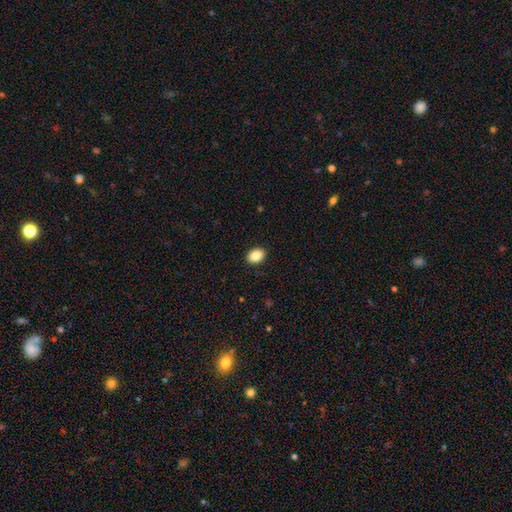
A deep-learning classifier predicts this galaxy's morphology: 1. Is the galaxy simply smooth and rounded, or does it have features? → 88% smooth, 8% star or artifact, 4% featured or disk.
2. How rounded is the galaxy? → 77% in between, 22% round, 1% cigar-shaped.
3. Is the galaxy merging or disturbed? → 91% none, 6% minor disturbance, 2% major disturbance, 1% merger.